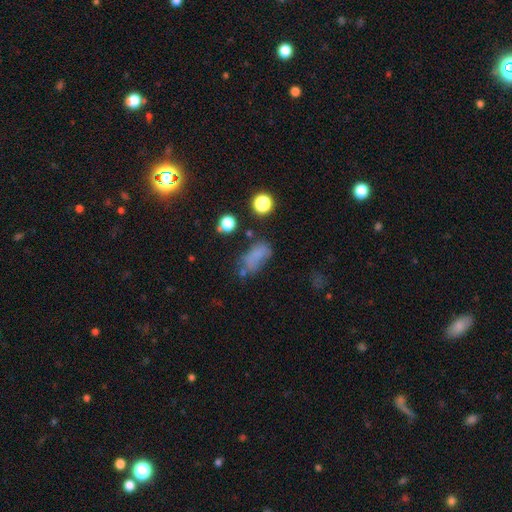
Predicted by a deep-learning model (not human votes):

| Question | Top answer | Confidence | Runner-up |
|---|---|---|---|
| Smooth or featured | smooth | 63% | star or artifact (19%) |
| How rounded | in between | 82% | round (10%) |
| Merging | none | 41% | minor disturbance (26%) |